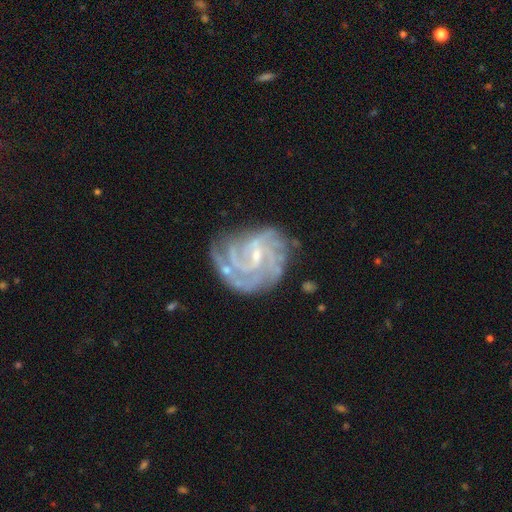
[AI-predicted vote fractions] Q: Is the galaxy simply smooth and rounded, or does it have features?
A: featured or disk — 88%.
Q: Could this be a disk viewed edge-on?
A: no — 98%.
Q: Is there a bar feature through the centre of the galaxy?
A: weak — 56%.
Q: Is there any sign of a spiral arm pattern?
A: yes — 97%.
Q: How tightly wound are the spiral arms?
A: tight — 59%.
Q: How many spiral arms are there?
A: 3 — 25%, tied with can't tell.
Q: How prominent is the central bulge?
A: small — 71%.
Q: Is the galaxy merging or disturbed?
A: none — 63%.